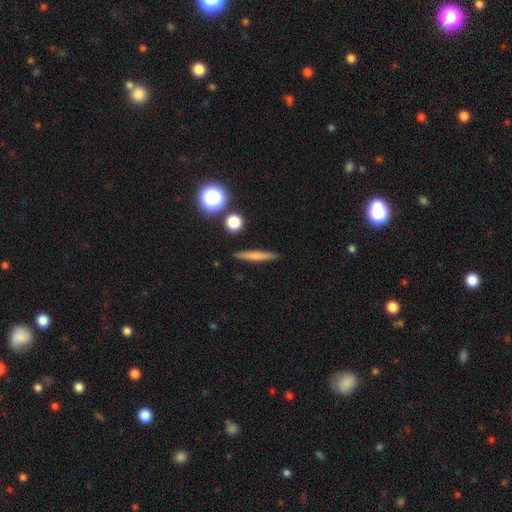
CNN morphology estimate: smooth 64%, featured or disk 27%, star or artifact 9%. Down the decision tree: how rounded — cigar-shaped (88%); merging — none (89%).